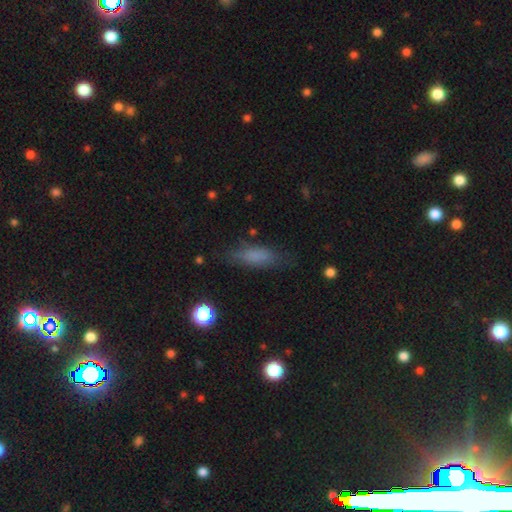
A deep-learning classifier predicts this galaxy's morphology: Smooth or featured? Predicted: smooth (p=0.75). How rounded? Predicted: in between (p=0.57). Merging? Predicted: none (p=0.72).